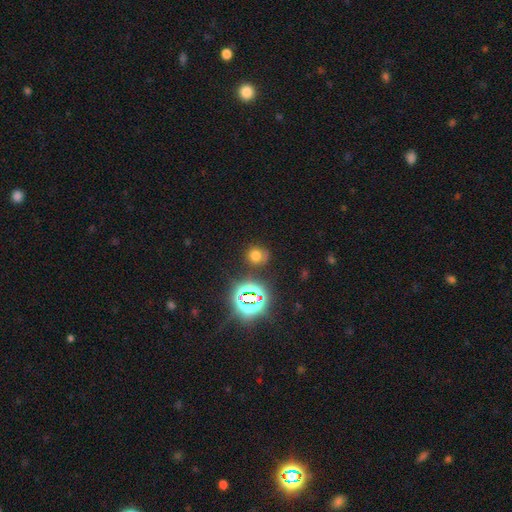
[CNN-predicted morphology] This appears to be a smooth galaxy with no disk features (61%) that is round (80%). Merging: none (70%).